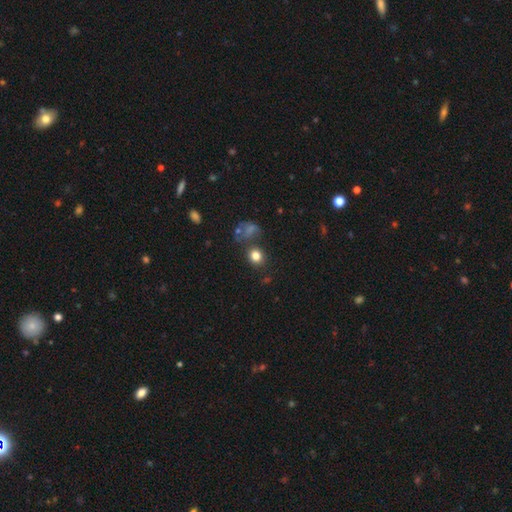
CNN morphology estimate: smooth 80%, star or artifact 13%, featured or disk 7%. Down the decision tree: how rounded — round (73%); merging — none (72%).